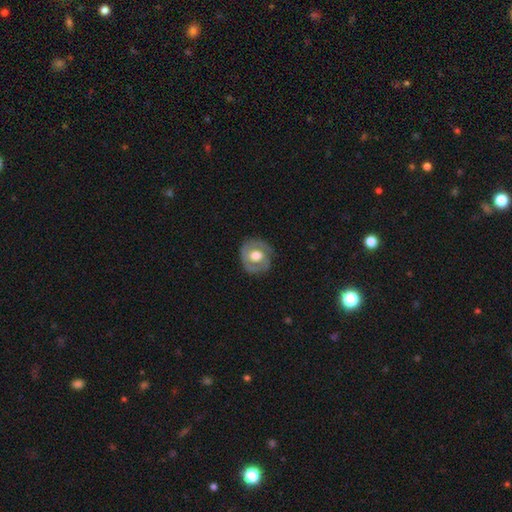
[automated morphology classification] type=featured or disk (57%); edge-on=no (96%); bar=no (76%); spiral arms=no (55%); bulge=moderate (48%); merging=none (76%).